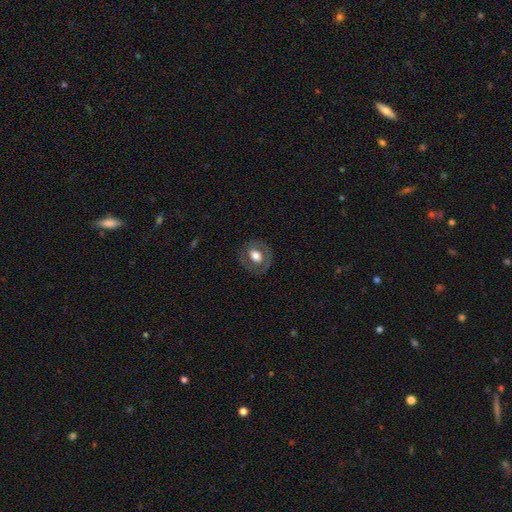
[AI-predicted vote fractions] Overall: smooth (53%; featured or disk 40%). How rounded: round (65%; in between 34%). Merging: none (79%).